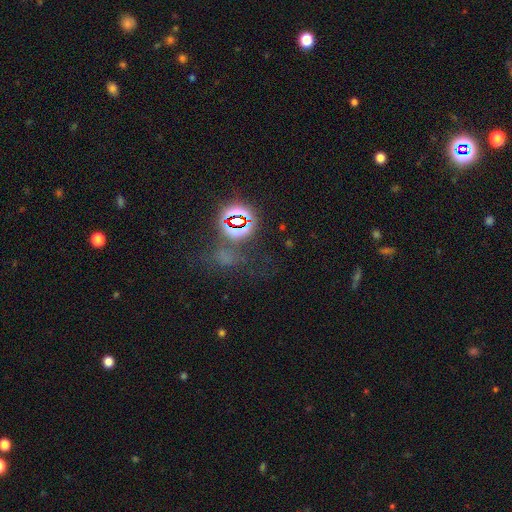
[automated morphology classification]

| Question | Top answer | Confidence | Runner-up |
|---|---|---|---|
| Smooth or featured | star or artifact | 71% | smooth (16%) |